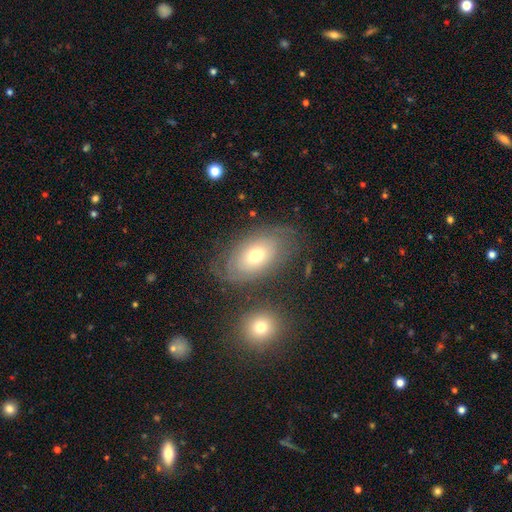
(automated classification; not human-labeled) Q: Smooth or featured?
A: featured or disk (55%); runner-up: smooth (36%)
Q: Edge-on disk?
A: no (93%); runner-up: yes (7%)
Q: Bar?
A: no (85%); runner-up: weak (12%)
Q: Spiral arms?
A: yes (64%); runner-up: no (36%)
Q: Bulge size?
A: moderate (69%); runner-up: small (19%)
Q: Merging?
A: none (69%); runner-up: minor disturbance (17%)